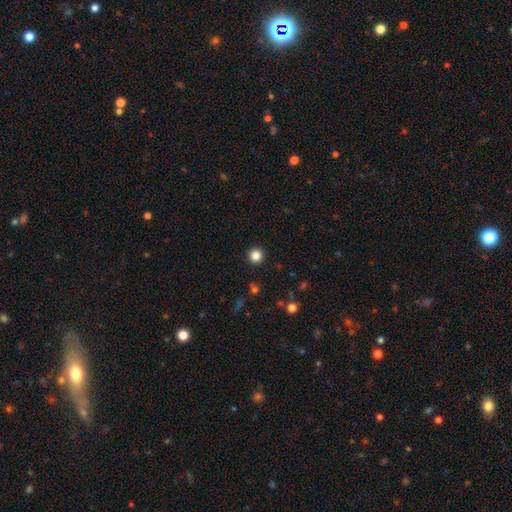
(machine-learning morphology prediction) Smooth or featured? Predicted: smooth (p=0.84). How rounded? Predicted: round (p=0.96). Merging? Predicted: none (p=0.93).